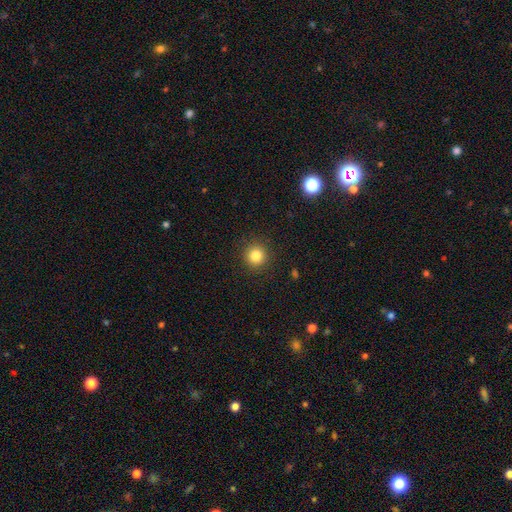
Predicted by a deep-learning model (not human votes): Smooth or featured? Predicted: smooth (p=0.83). How rounded? Predicted: round (p=0.95). Merging? Predicted: none (p=0.92).